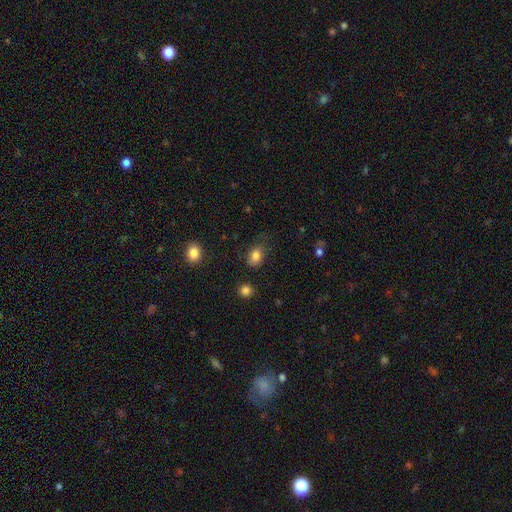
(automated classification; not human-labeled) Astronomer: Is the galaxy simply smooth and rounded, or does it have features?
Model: smooth — 83%.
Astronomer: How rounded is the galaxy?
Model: in between — 74%.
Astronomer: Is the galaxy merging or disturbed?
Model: none — 66%.